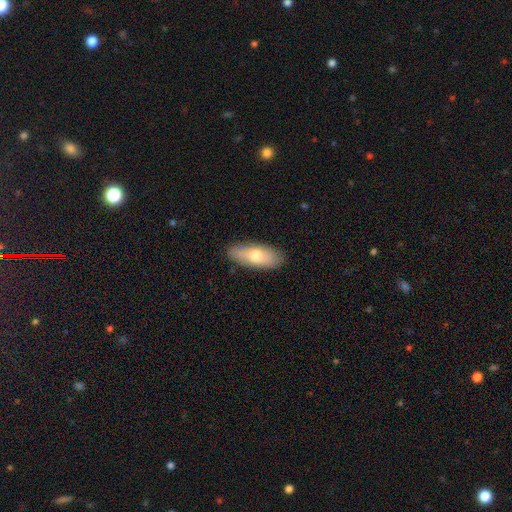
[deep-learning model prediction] Q: Smooth or featured?
A: smooth (69%); runner-up: featured or disk (25%)
Q: How rounded?
A: in between (75%); runner-up: cigar-shaped (23%)
Q: Merging?
A: none (86%); runner-up: minor disturbance (11%)